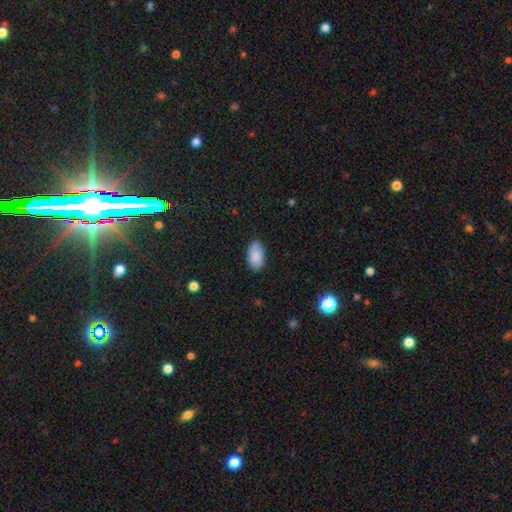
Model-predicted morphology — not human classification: A smooth galaxy with no disk features (89%) that is in between round and cigar-shaped (95%).

Vote fractions:
- Smooth or featured? smooth: 89% / star or artifact: 6% / featured or disk: 5%
- How rounded? in between: 95% / round: 4% / cigar-shaped: 2%
- Merging? none: 83% / minor disturbance: 13% / major disturbance: 3% / merger: 1%